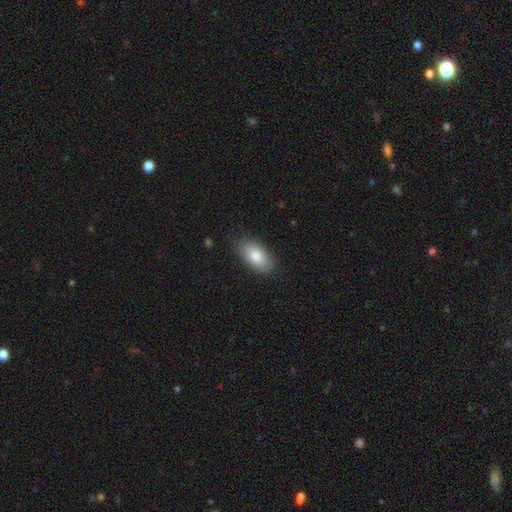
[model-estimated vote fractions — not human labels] A smooth galaxy with no disk features (83%) that is in between round and cigar-shaped (93%). Merging: none (84%).